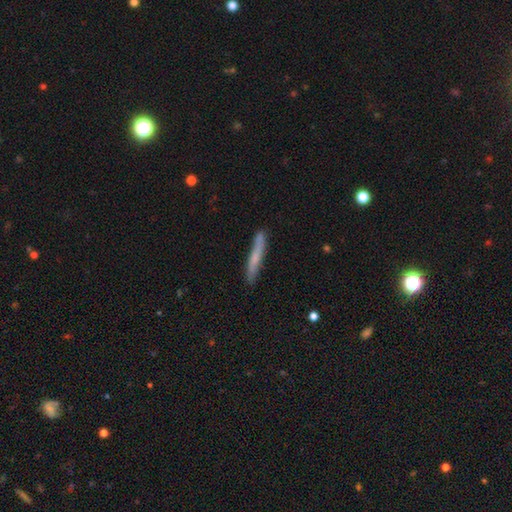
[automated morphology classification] type=smooth (57%); roundness=cigar-shaped (96%); merging=none (85%).